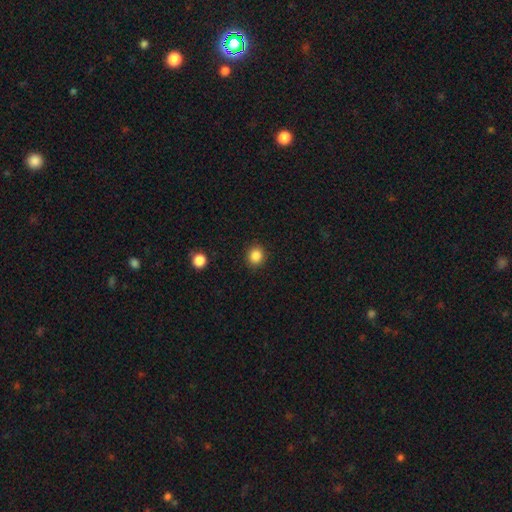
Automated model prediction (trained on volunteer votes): smooth_or_featured: smooth (p=0.86) [alt: star or artifact p=0.10]
how_rounded: round (p=0.80) [alt: in between p=0.19]
merging: none (p=0.91) [alt: minor disturbance p=0.06]